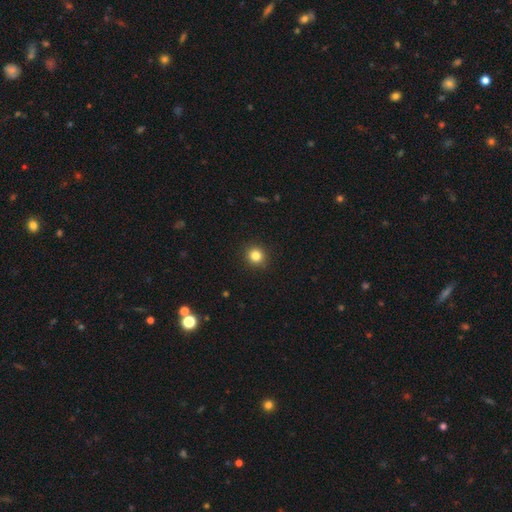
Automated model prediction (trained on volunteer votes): Smooth or featured: smooth — 83% (star or artifact — 12%)
How rounded: round — 92% (in between — 7%)
Merging: none — 92% (minor disturbance — 5%)